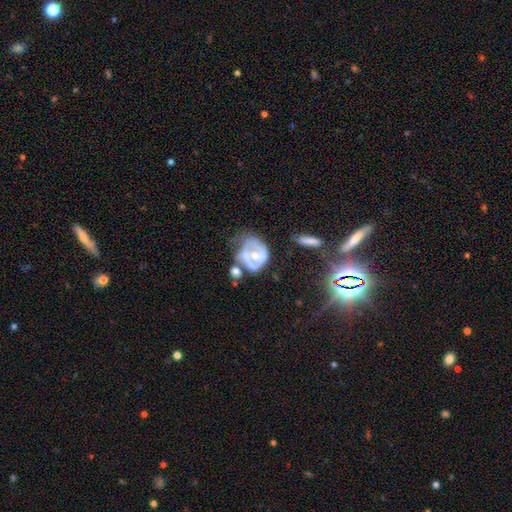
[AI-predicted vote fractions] The model was most divided on "bulge size": moderate: 42%, small: 41%, none: 12%, large: 4%, dominant: 1%. Remaining: edge-on disk — no (97%); smooth or featured — featured or disk (64%); bar — no (58%); spiral arms — yes (51%); merging — major disturbance (32%).